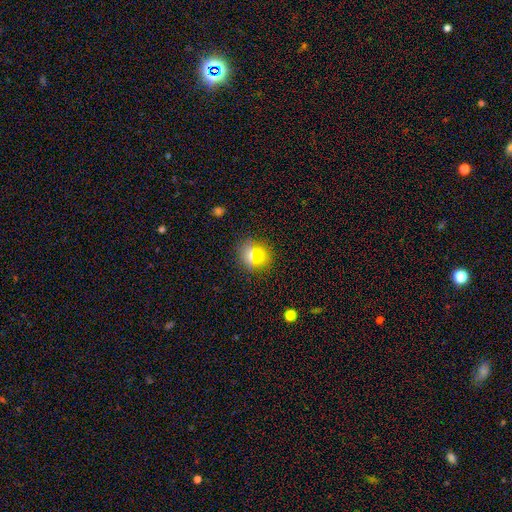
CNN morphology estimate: This appears to be a smooth galaxy with no disk features (71%) that is round (85%). Merging: none (86%).